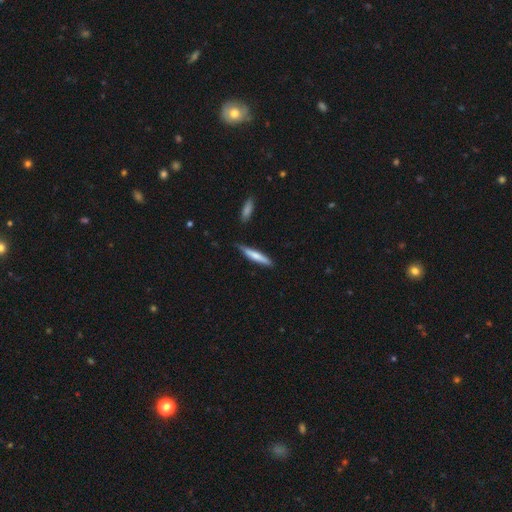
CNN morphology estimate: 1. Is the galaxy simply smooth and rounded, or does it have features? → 65% smooth, 29% featured or disk, 5% star or artifact.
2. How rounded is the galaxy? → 91% cigar-shaped, 8% in between, 1% round.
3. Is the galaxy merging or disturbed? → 82% none, 14% minor disturbance, 3% merger, 2% major disturbance.